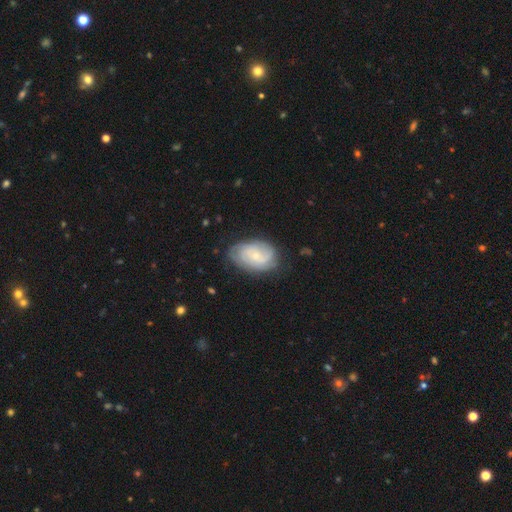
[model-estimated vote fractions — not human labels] smooth_or_featured: featured or disk (p=0.65) [alt: smooth p=0.29]
disk_edge_on: no (p=0.97) [alt: yes p=0.03]
bar: no (p=0.68) [alt: weak p=0.28]
has_spiral_arms: yes (p=0.89) [alt: no p=0.11]
spiral_winding: tight (p=0.52) [alt: medium p=0.34]
spiral_arm_count: can't tell (p=0.38) [alt: 2 p=0.33]
bulge_size: small (p=0.71) [alt: moderate p=0.23]
merging: none (p=0.70) [alt: minor disturbance p=0.21]